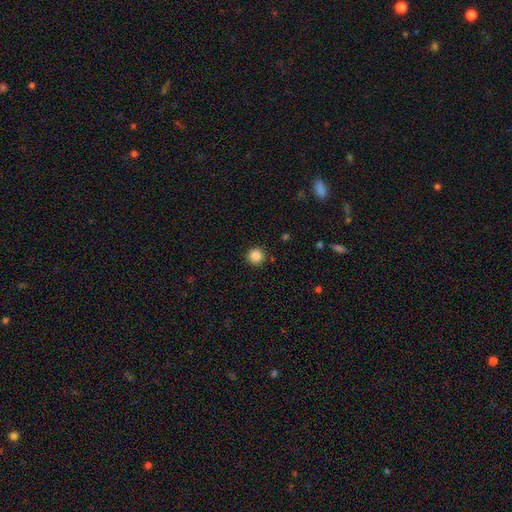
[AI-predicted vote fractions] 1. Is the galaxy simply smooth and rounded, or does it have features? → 86% smooth, 10% star or artifact, 4% featured or disk.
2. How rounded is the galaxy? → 95% round, 4% in between, 1% cigar-shaped.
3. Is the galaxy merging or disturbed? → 91% none, 6% minor disturbance, 2% major disturbance, 1% merger.